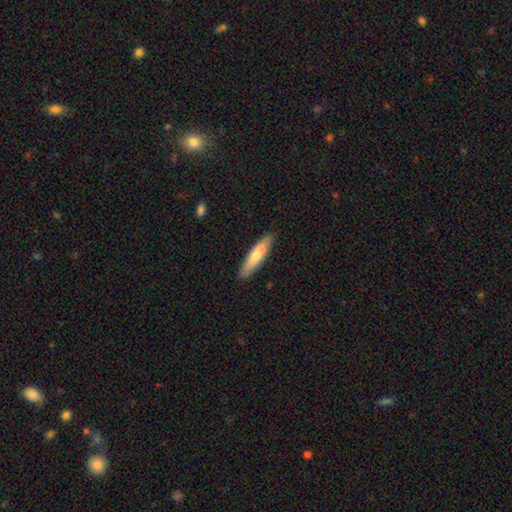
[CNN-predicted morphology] This is likely a smooth galaxy (68%). How rounded: clearly cigar-shaped (82%). Merging: likely none (79%).